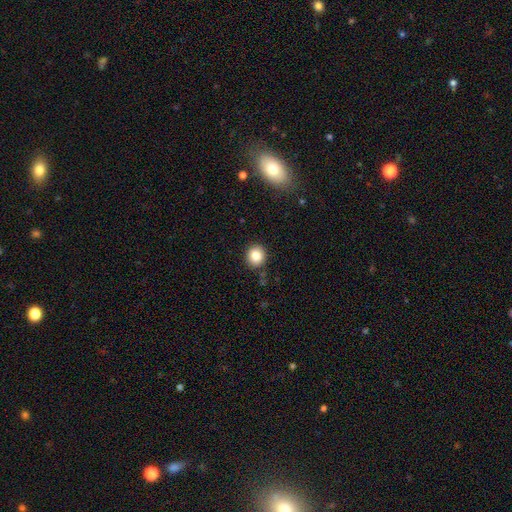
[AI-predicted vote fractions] This is clearly a smooth galaxy (84%). How rounded: clearly round (85%). Merging: clearly none (88%).